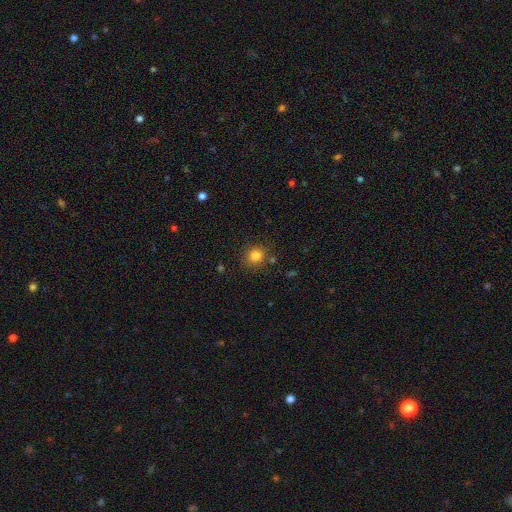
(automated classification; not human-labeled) Morphology: type=smooth (83%); roundness=round (82%); merging=none (82%).